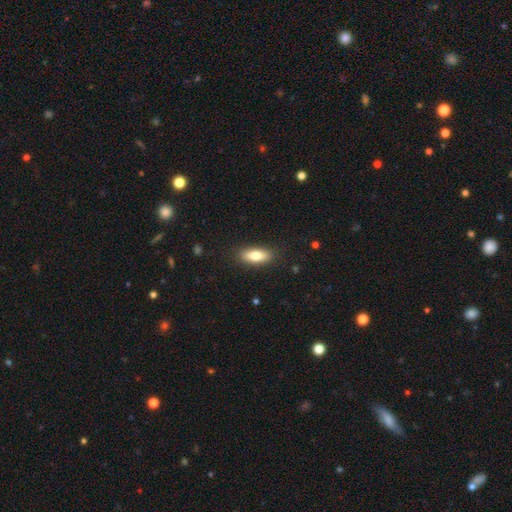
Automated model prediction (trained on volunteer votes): Smooth or featured? Predicted: smooth (p=0.78). How rounded? Predicted: in between (p=0.74). Merging? Predicted: none (p=0.87).